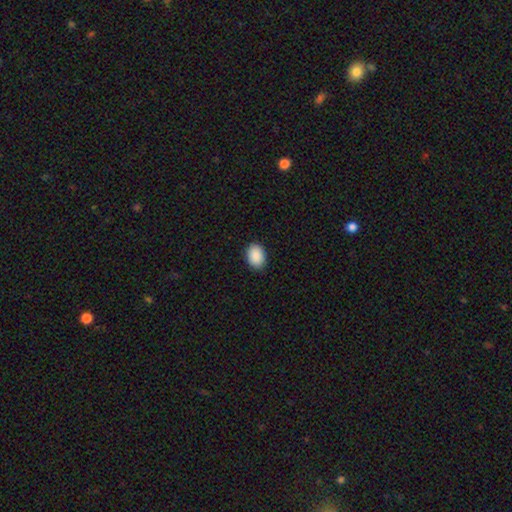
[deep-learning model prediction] The model was most divided on "how rounded": in between: 77%, round: 22%, cigar-shaped: 1%. More confident: smooth or featured — smooth (91%); merging — none (89%).